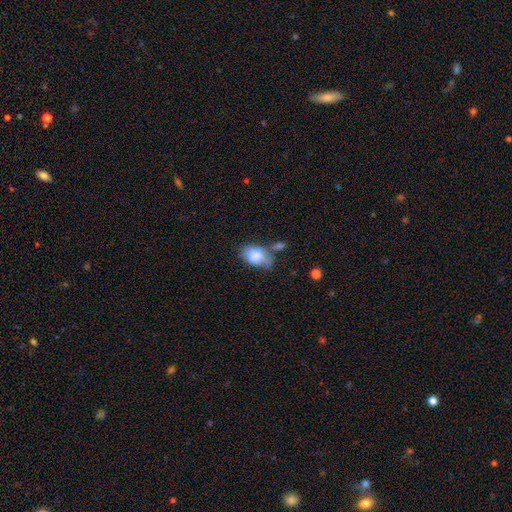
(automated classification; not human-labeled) smooth_or_featured: smooth (p=0.78) [alt: featured or disk p=0.15]
how_rounded: in between (p=0.88) [alt: round p=0.11]
merging: none (p=0.38) [alt: minor disturbance p=0.32]